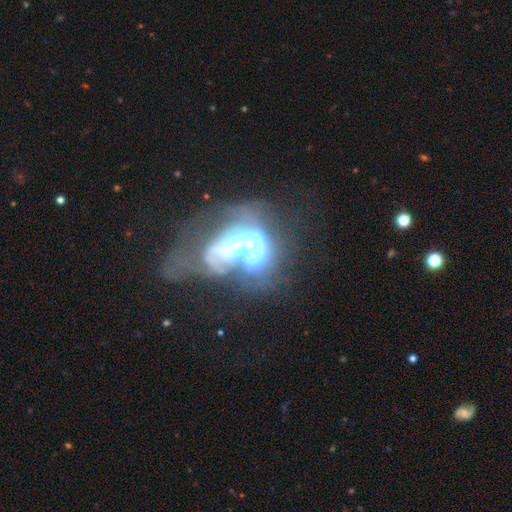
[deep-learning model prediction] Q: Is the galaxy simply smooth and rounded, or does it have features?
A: featured or disk — 59%.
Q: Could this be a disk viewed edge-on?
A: no — 93%.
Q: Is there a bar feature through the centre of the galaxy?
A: no — 68%.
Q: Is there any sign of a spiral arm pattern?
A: no — 80%.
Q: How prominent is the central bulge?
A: large — 28%.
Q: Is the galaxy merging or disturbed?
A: merger — 49%.